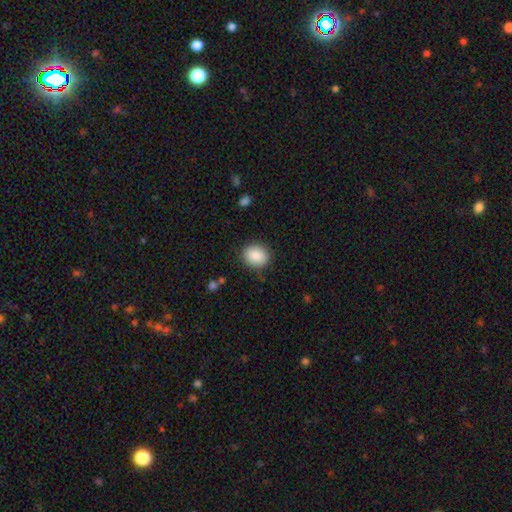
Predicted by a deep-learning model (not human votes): Smooth or featured? Predicted: smooth (p=0.88). How rounded? Predicted: round (p=0.64). Merging? Predicted: none (p=0.85).